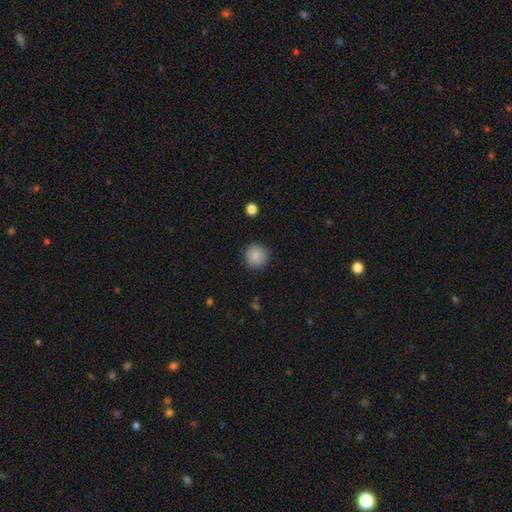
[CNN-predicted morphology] A smooth galaxy with no disk features (88%) that is round (94%). Merging: none (90%).